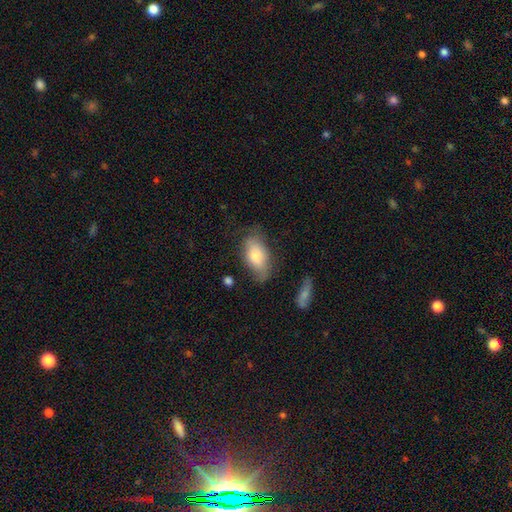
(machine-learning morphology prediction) This is likely a smooth galaxy (73%). How rounded: clearly in between (91%). Merging: likely none (62%).